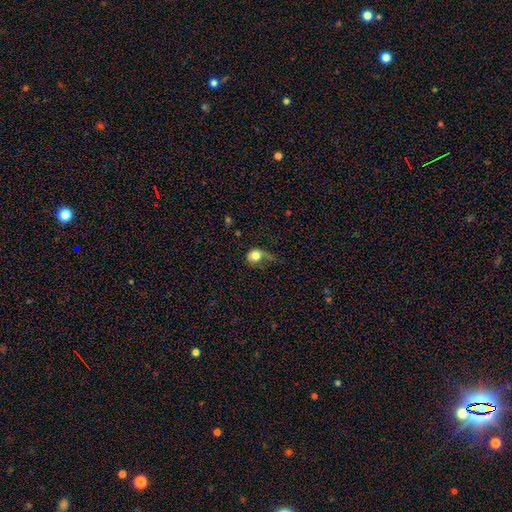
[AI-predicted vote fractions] Overall: smooth (71%). How rounded: round (66%; in between 32%). Merging: major disturbance (43%; none 27%).